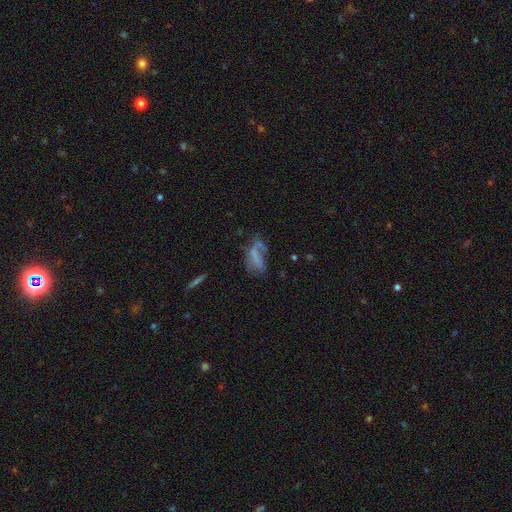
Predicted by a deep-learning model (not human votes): Morphology: type=smooth (53%); roundness=in between (74%); merging=none (31%).